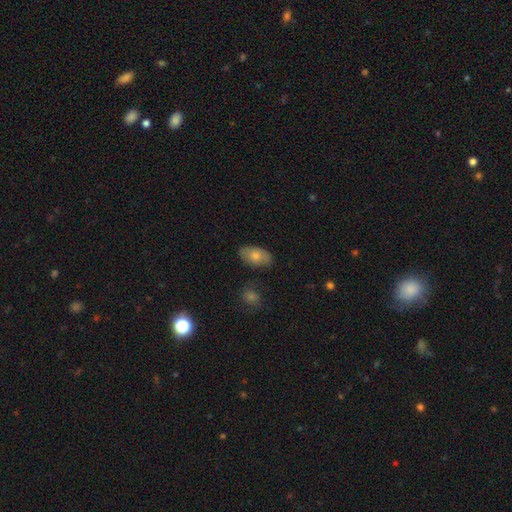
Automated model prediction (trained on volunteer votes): smooth-or-featured: smooth: 76% | featured or disk: 17% | star or artifact: 7%
  how-rounded: in between: 93% | round: 6% | cigar-shaped: 2%
  merging: none: 79% | minor disturbance: 16% | major disturbance: 3% | merger: 3%